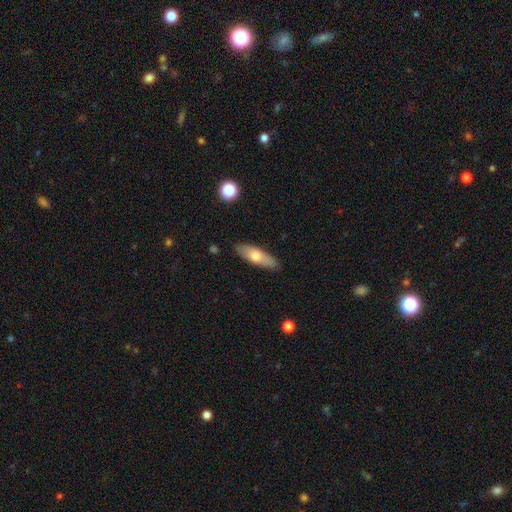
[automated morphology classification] The model was most divided on "how rounded": in between: 51%, cigar-shaped: 47%, round: 2%. More confident: merging — none (86%); smooth or featured — smooth (65%).